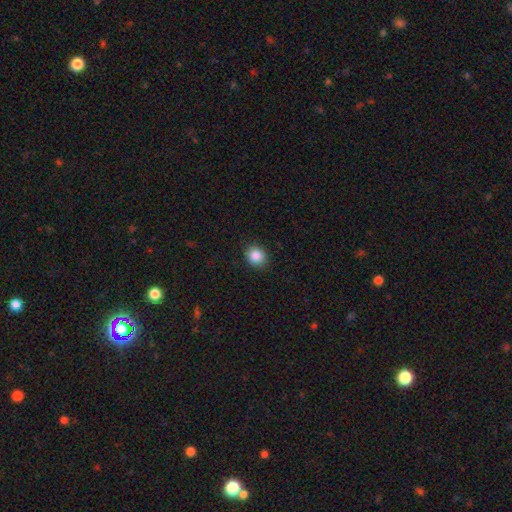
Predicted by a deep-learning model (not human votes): This appears to be a smooth galaxy with no disk features (87%) that is round (68%). Merging: none (88%).